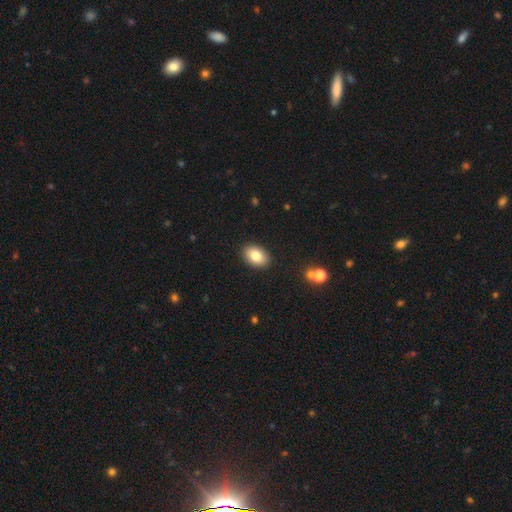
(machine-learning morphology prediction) This appears to be a smooth galaxy with no disk features (81%) that is in between round and cigar-shaped (86%). Merging: none (90%).